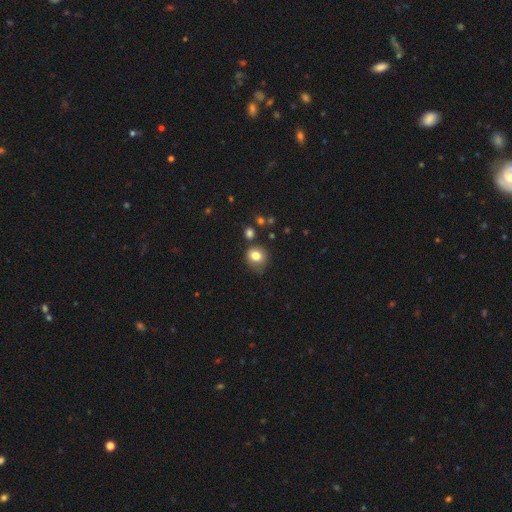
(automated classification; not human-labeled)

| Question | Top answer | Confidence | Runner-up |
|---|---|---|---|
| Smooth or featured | smooth | 79% | star or artifact (11%) |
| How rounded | round | 74% | in between (25%) |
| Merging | none | 63% | minor disturbance (24%) |